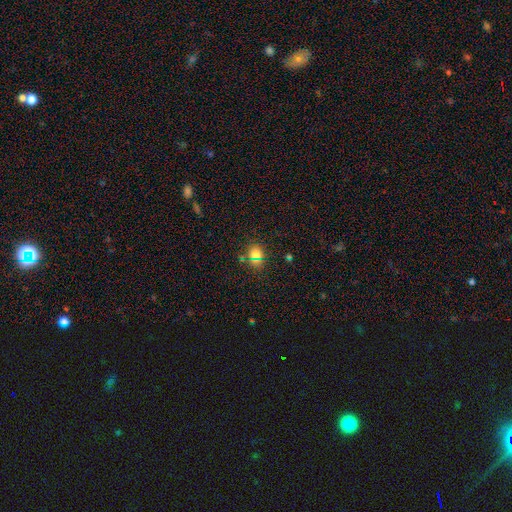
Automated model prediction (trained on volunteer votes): Q: Smooth or featured?
A: smooth (68%); runner-up: star or artifact (24%)
Q: How rounded?
A: round (72%); runner-up: in between (27%)
Q: Merging?
A: none (83%); runner-up: minor disturbance (10%)